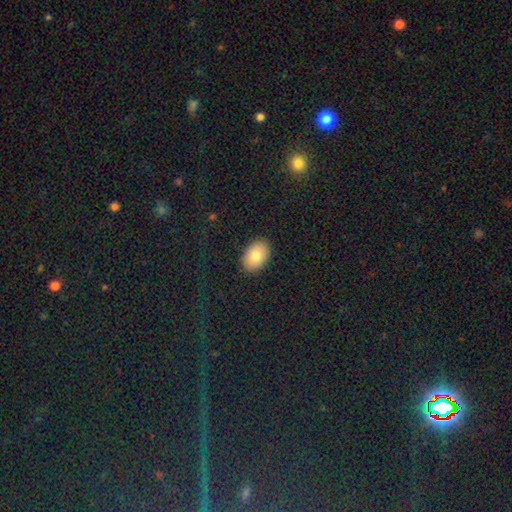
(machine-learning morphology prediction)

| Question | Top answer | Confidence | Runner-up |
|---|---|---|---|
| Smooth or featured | smooth | 82% | featured or disk (11%) |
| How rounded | in between | 85% | round (14%) |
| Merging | none | 90% | minor disturbance (8%) |